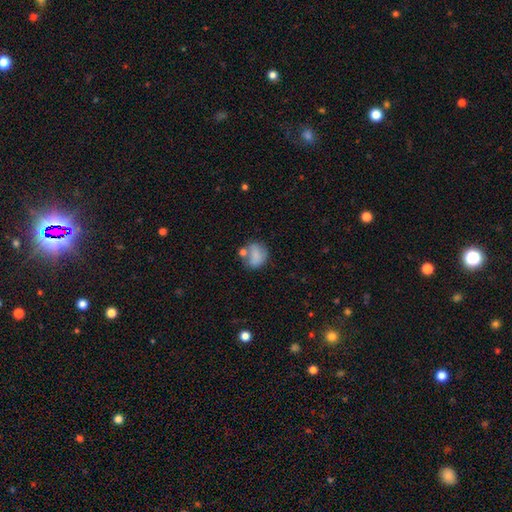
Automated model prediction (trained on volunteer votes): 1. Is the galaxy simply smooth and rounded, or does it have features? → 76% smooth, 15% featured or disk, 10% star or artifact.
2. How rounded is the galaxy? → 53% round, 45% in between, 2% cigar-shaped.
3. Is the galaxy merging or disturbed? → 49% none, 21% minor disturbance, 20% merger, 10% major disturbance.